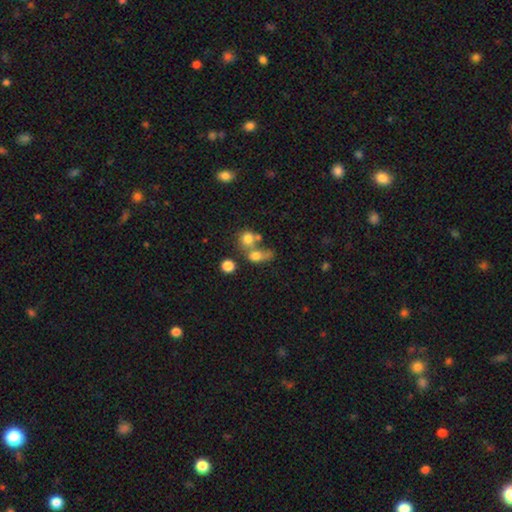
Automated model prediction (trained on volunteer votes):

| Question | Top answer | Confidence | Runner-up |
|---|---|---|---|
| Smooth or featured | smooth | 70% | featured or disk (17%) |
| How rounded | round | 54% | in between (42%) |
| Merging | merger | 52% | none (27%) |